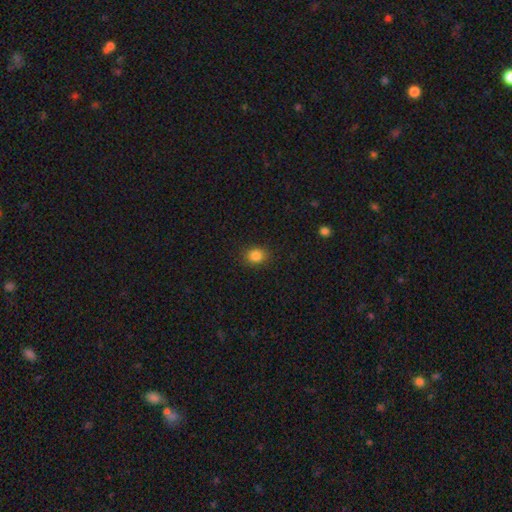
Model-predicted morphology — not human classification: Smooth or featured? smooth (85%)
How rounded? round (64%)
Merging? none (88%)